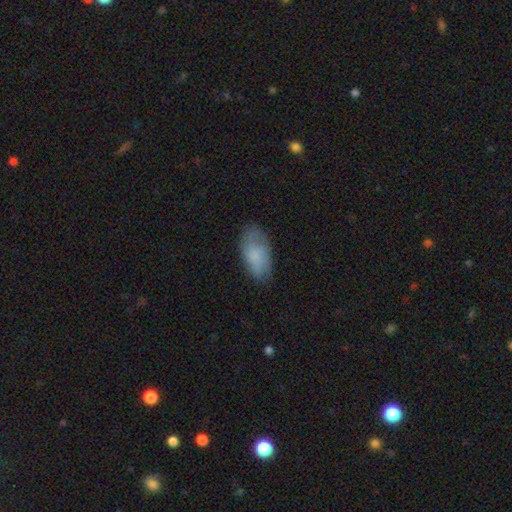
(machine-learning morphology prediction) type=smooth (76%); roundness=in between (93%); merging=none (70%).